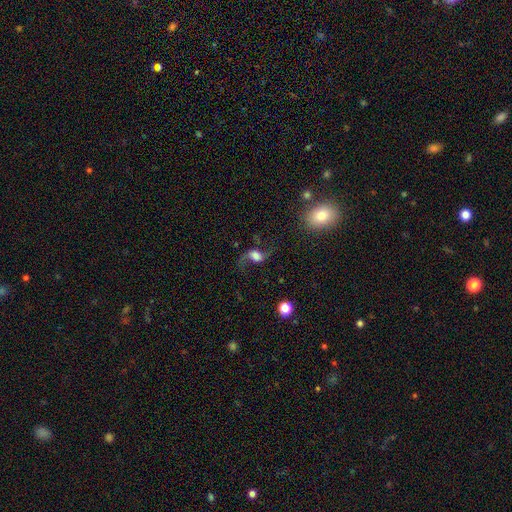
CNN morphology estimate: Smooth or featured? Predicted: featured or disk (p=0.68). Edge-on disk? Predicted: no (p=0.94). Bar? Predicted: no (p=0.44). Spiral arms? Predicted: yes (p=0.92). Spiral winding? Predicted: loose (p=0.88). Spiral arm count? Predicted: 2 (p=0.91). Bulge size? Predicted: large (p=0.36). Merging? Predicted: none (p=0.63).